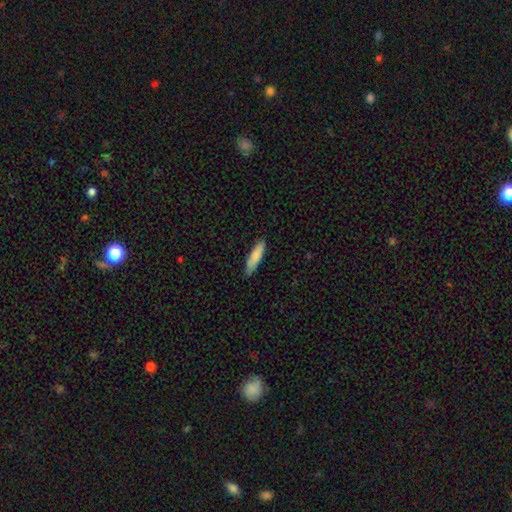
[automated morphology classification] smooth 85%, featured or disk 10%, star or artifact 6%. Down the decision tree: how rounded — cigar-shaped (69%); merging — none (84%).